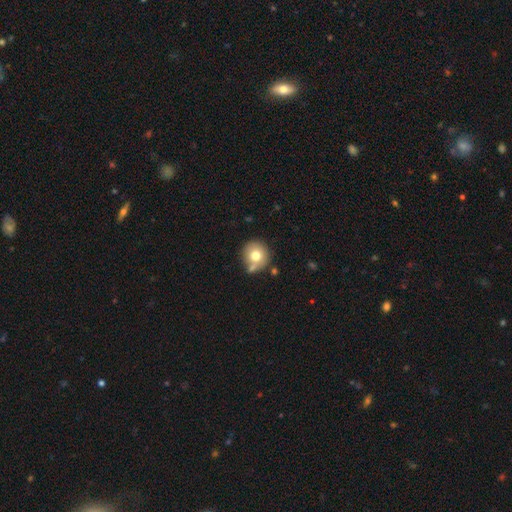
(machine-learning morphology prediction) This is likely a smooth galaxy (73%). How rounded: clearly round (90%). Merging: likely none (66%).